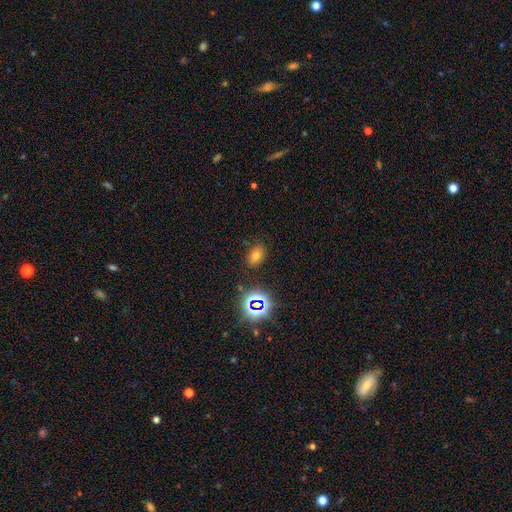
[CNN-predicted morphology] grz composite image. It shows a smooth galaxy with no disk features (64%) that is in between round and cigar-shaped (78%). Merging: none (82%).